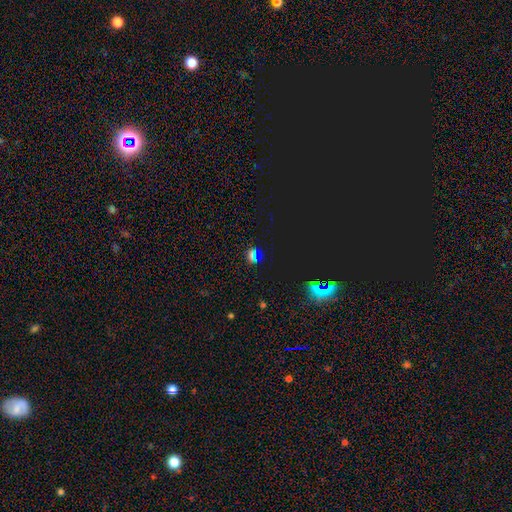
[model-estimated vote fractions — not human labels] The model was most divided on "smooth or featured": star or artifact: 50%, smooth: 43%, featured or disk: 7%.